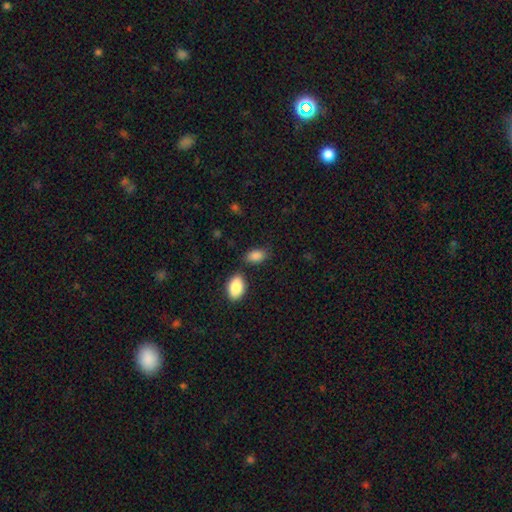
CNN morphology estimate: type=smooth (87%); roundness=in between (91%); merging=none (71%).